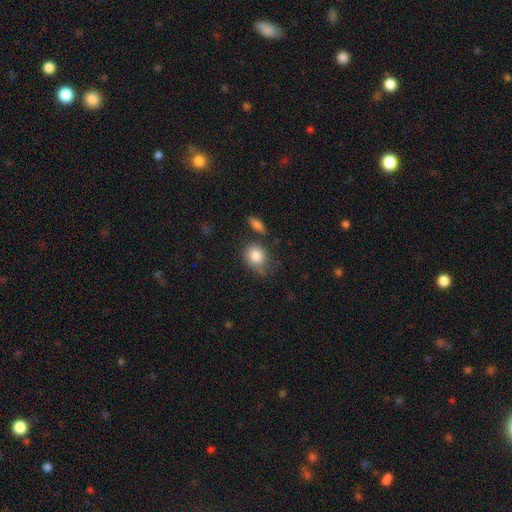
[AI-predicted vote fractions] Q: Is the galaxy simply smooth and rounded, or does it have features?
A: smooth — 84%.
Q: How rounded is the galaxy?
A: round — 56%.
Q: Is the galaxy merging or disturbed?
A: none — 64%.